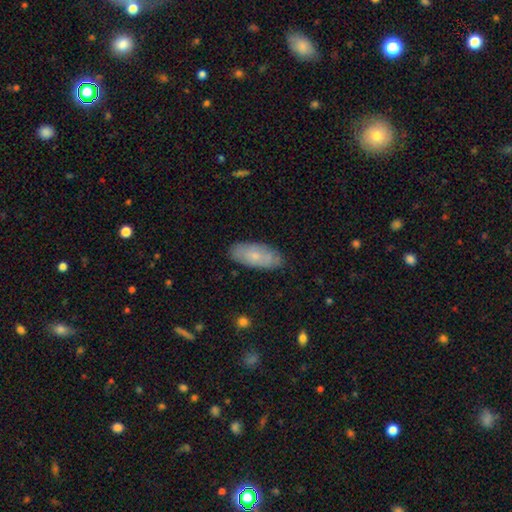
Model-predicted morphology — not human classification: Smooth or featured?
  - smooth: 62% *
  - featured or disk: 31%
  - star or artifact: 7%
How rounded?
  - in between: 87% *
  - cigar-shaped: 11%
  - round: 2%
Merging?
  - none: 82% *
  - minor disturbance: 14%
  - major disturbance: 3%
  - merger: 1%